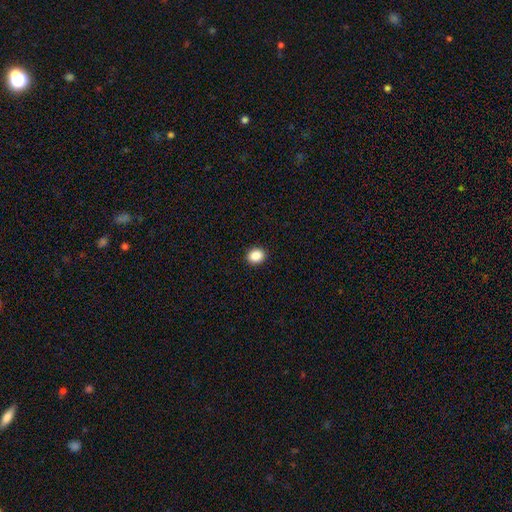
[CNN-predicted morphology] type=smooth (88%); roundness=round (64%); merging=none (92%).